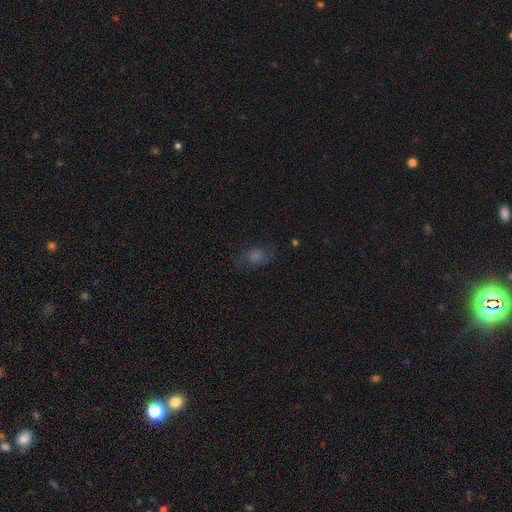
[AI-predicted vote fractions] A smooth galaxy with no disk features (39%).

Vote fractions:
- Smooth or featured? smooth: 39% / featured or disk: 34% / star or artifact: 28%
- Merging? none: 72% / minor disturbance: 17% / major disturbance: 9% / merger: 2%